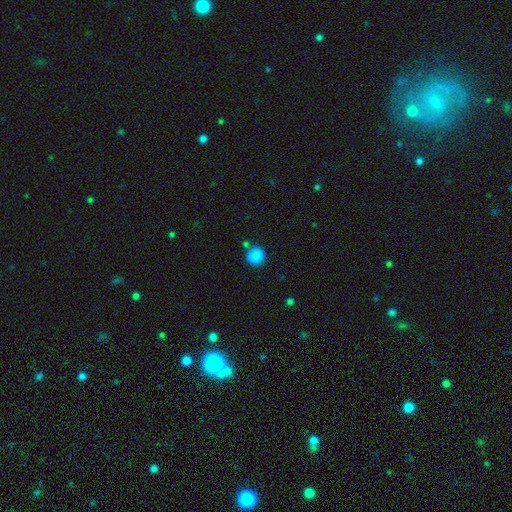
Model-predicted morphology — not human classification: smooth 87%, star or artifact 9%, featured or disk 4%. Down the decision tree: how rounded — round (86%); merging — none (75%).